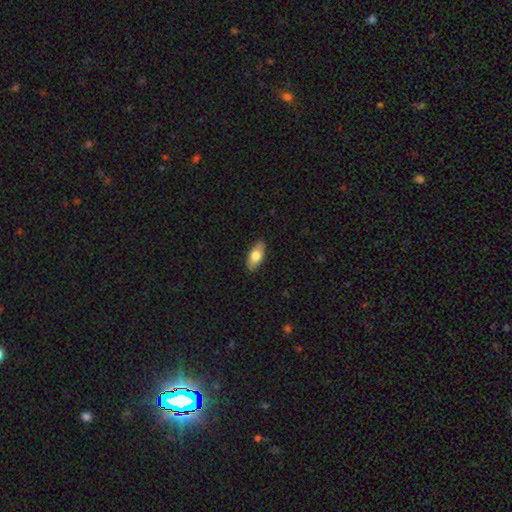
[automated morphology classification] The model was most divided on "smooth or featured": smooth: 76%, featured or disk: 18%, star or artifact: 6%. More confident: merging — none (88%); how rounded — in between (85%).